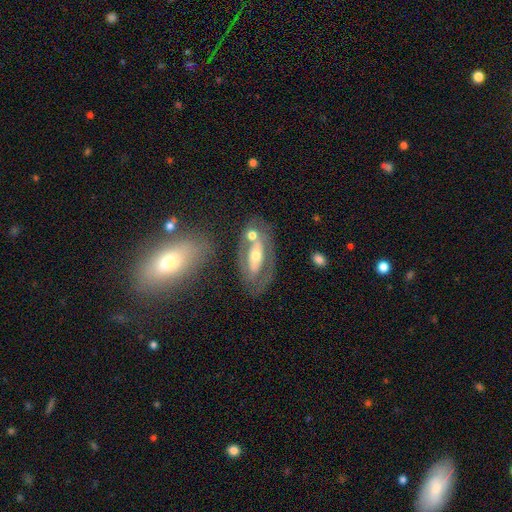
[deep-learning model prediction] Smooth or featured? Predicted: featured or disk (p=0.68). Edge-on disk? Predicted: no (p=0.86). Bar? Predicted: no (p=0.51). Spiral arms? Predicted: no (p=0.58). Bulge size? Predicted: moderate (p=0.62). Merging? Predicted: none (p=0.62).